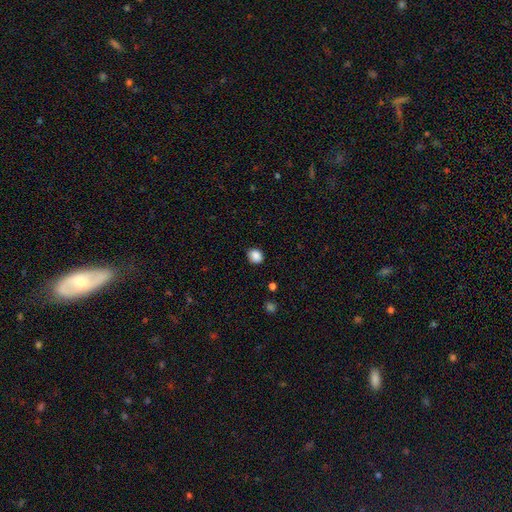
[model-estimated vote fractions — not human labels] Smooth or featured? Predicted: smooth (p=0.88). How rounded? Predicted: round (p=0.71). Merging? Predicted: none (p=0.87).